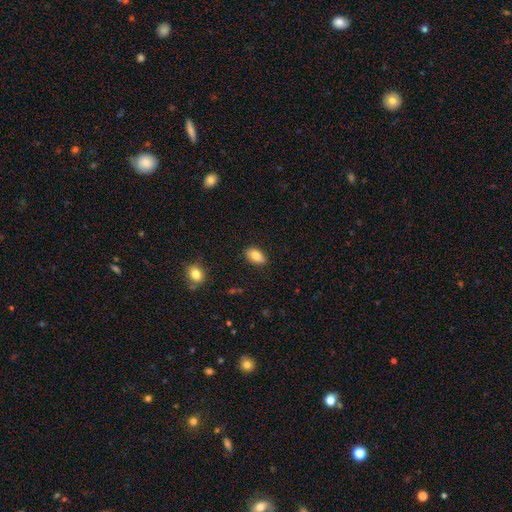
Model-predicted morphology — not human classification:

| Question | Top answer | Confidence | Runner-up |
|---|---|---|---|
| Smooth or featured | smooth | 83% | featured or disk (10%) |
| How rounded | in between | 90% | round (6%) |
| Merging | none | 87% | minor disturbance (10%) |